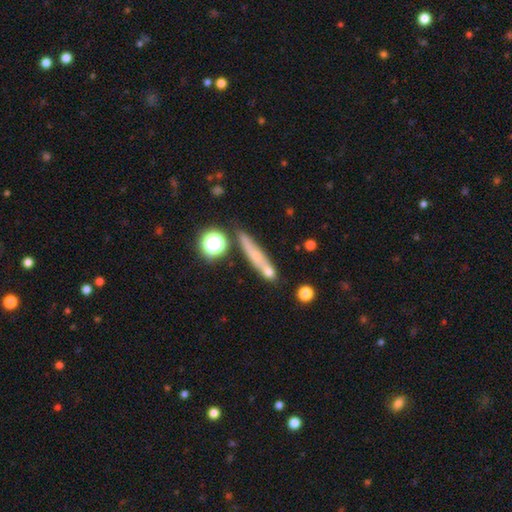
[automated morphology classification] A smooth galaxy with no disk features (53%) that is cigar-shaped (81%). Merging: none (67%).